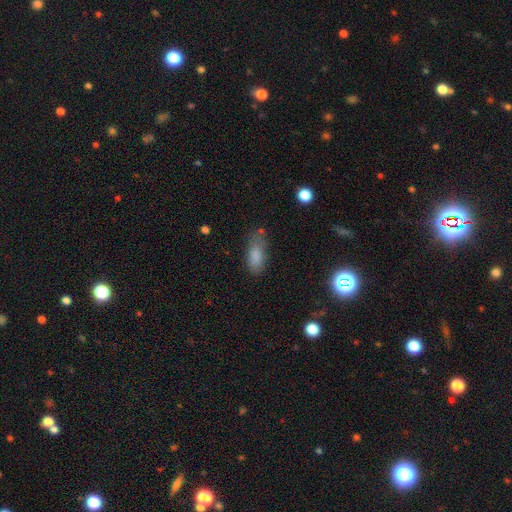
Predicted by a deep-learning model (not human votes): Smooth or featured? smooth (83%)
How rounded? in between (80%)
Merging? none (57%)